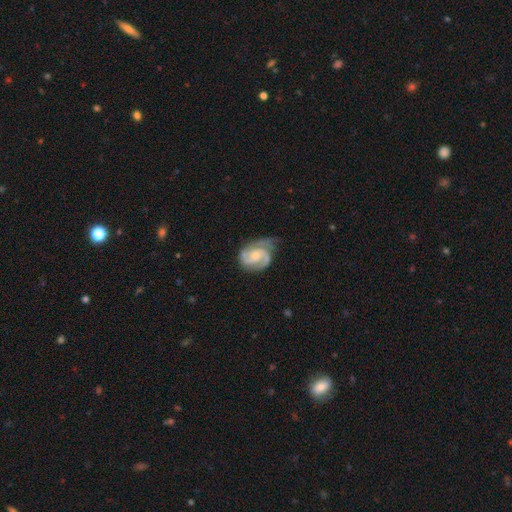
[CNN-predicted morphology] Smooth or featured? Predicted: featured or disk (p=0.85). Edge-on disk? Predicted: no (p=0.98). Bar? Predicted: no (p=0.60). Spiral arms? Predicted: yes (p=0.97). Spiral winding? Predicted: medium (p=0.47). Spiral arm count? Predicted: 2 (p=0.65). Bulge size? Predicted: small (p=0.54). Merging? Predicted: none (p=0.51).